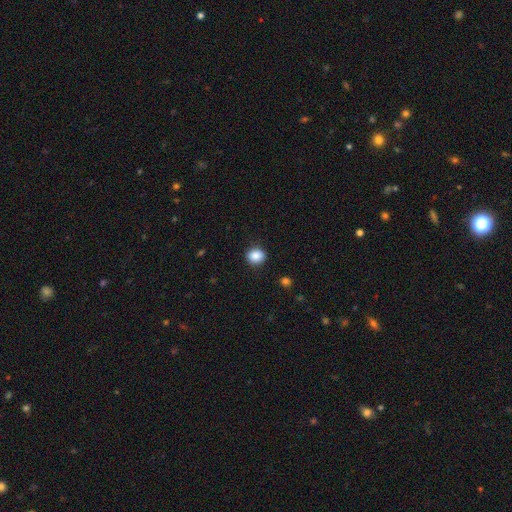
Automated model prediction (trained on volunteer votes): smooth_or_featured: smooth (p=0.87) [alt: star or artifact p=0.09]
how_rounded: round (p=0.71) [alt: in between p=0.28]
merging: none (p=0.89) [alt: minor disturbance p=0.08]